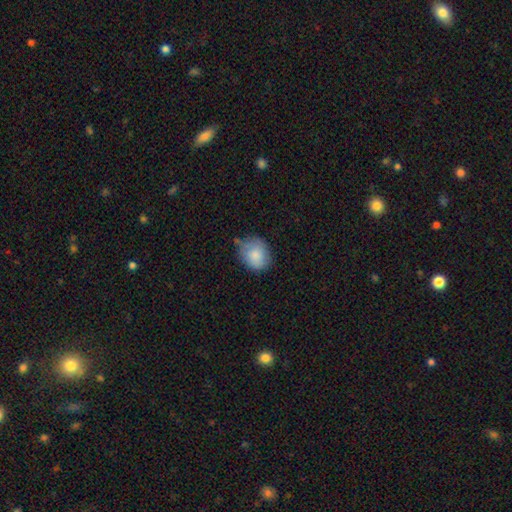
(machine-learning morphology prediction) smooth_or_featured: smooth (p=0.84) [alt: featured or disk p=0.10]
how_rounded: round (p=0.61) [alt: in between p=0.38]
merging: none (p=0.57) [alt: minor disturbance p=0.33]